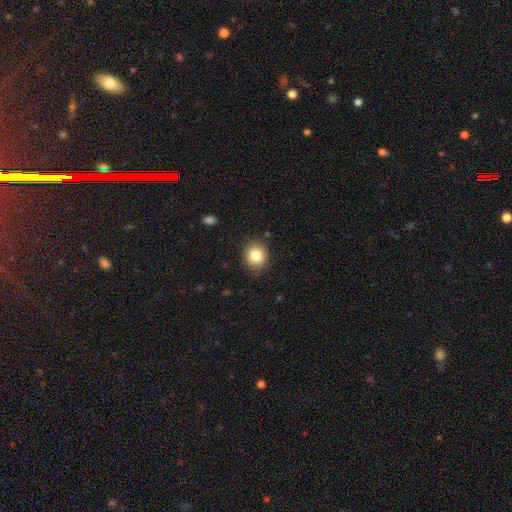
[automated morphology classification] smooth_or_featured: smooth (p=0.83) [alt: star or artifact p=0.10]
how_rounded: round (p=0.80) [alt: in between p=0.19]
merging: none (p=0.86) [alt: minor disturbance p=0.10]